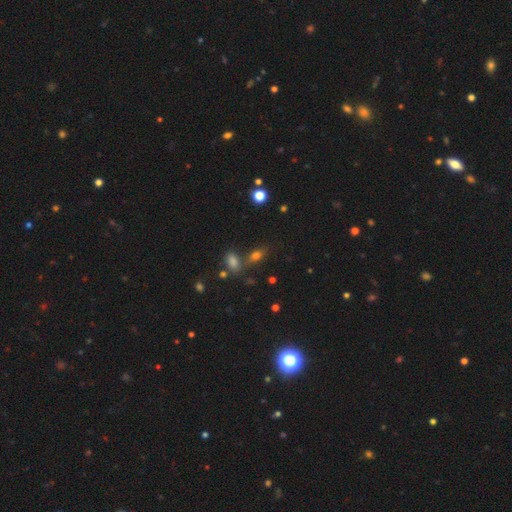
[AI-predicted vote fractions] This appears to be a smooth galaxy with no disk features (63%) that is in between round and cigar-shaped (75%). Merging: none (61%).